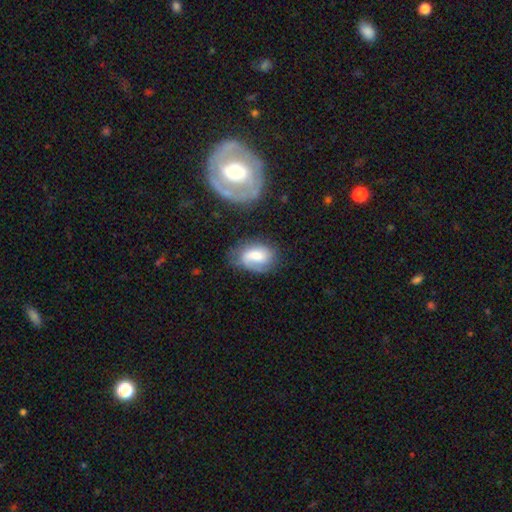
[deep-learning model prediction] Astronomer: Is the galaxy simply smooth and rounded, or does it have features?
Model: smooth — 48% (runner-up: featured or disk, 44%).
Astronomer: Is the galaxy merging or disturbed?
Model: none — 56%.